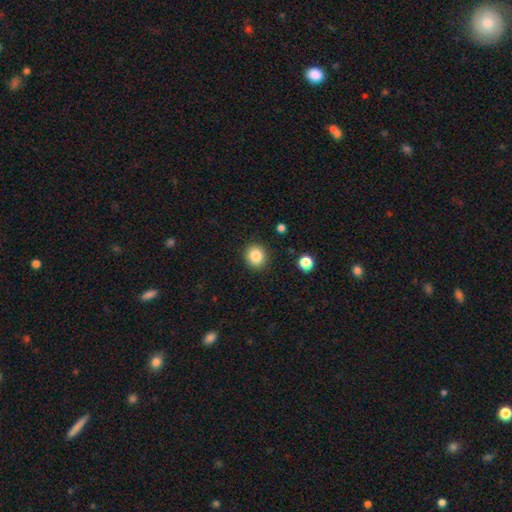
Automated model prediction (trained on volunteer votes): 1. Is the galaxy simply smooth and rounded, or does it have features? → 85% smooth, 10% star or artifact, 5% featured or disk.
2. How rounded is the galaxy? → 86% round, 14% in between, 1% cigar-shaped.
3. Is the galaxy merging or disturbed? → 91% none, 6% minor disturbance, 2% major disturbance, 1% merger.